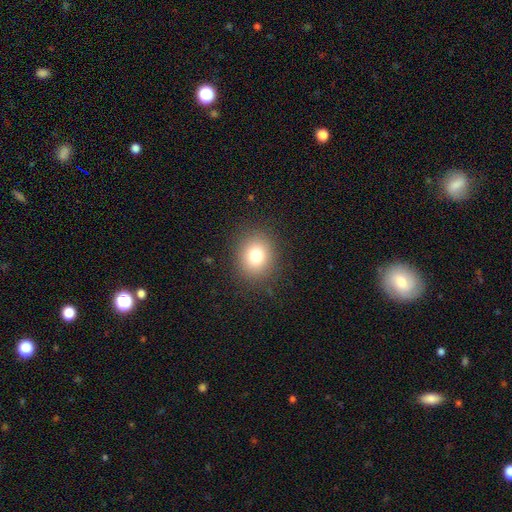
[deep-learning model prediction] smooth-or-featured: smooth: 79% | star or artifact: 12% | featured or disk: 9%
  how-rounded: round: 69% | in between: 30% | cigar-shaped: 1%
  merging: none: 87% | minor disturbance: 8% | major disturbance: 4% | merger: 1%